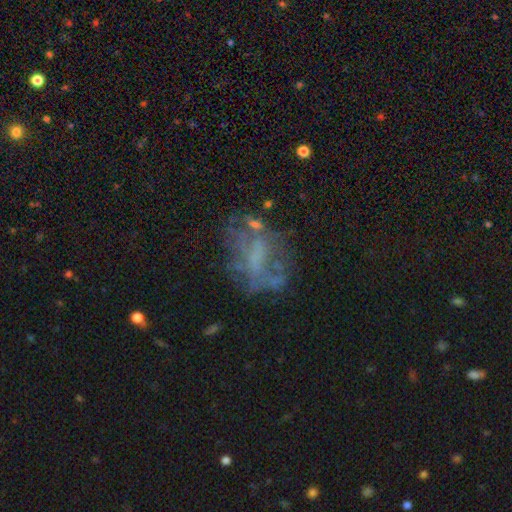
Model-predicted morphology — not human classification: Smooth or featured? featured or disk (58%)
Edge-on disk? no (96%)
Bar? no (64%)
Spiral arms? no (74%)
Bulge size? none (63%)
Merging? none (49%)